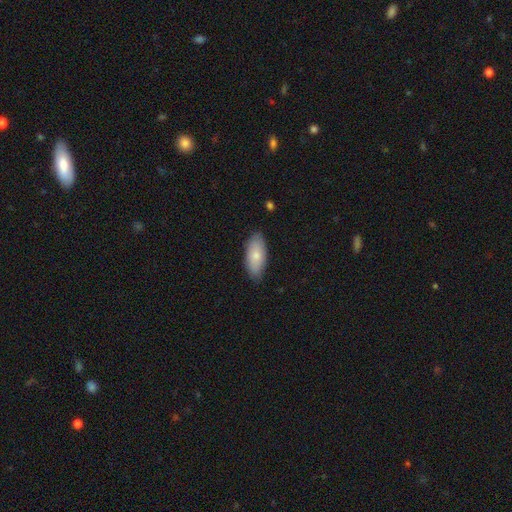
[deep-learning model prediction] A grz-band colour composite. It shows a smooth galaxy with no disk features (78%) that is in between round and cigar-shaped (90%). Merging: none (81%).